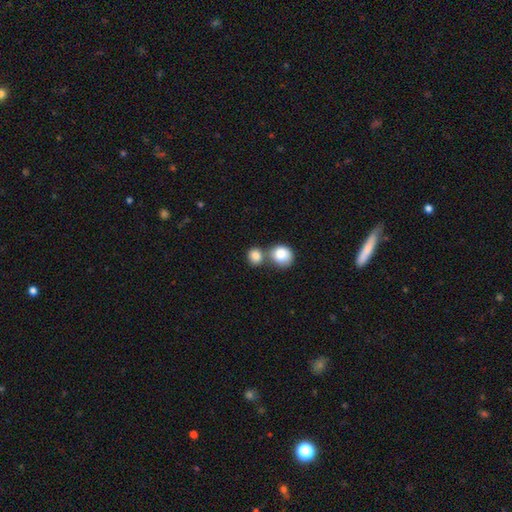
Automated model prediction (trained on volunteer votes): A smooth galaxy with no disk features (85%) that is round (71%). Merging: merger (51%).